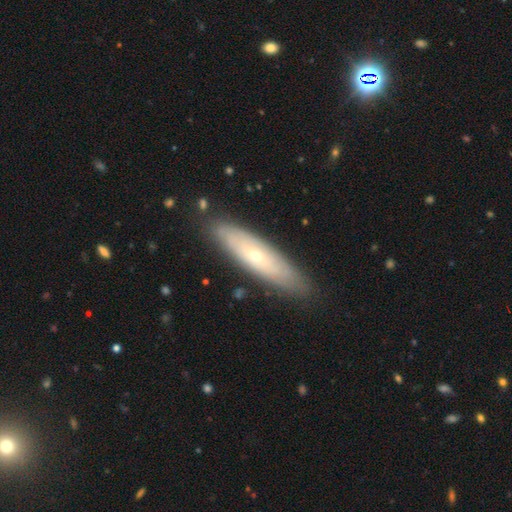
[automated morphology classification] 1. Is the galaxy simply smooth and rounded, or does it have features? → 57% featured or disk, 37% smooth, 6% star or artifact.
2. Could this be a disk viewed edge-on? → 57% no, 43% yes.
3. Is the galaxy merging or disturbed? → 84% none, 12% minor disturbance, 2% major disturbance, 2% merger.